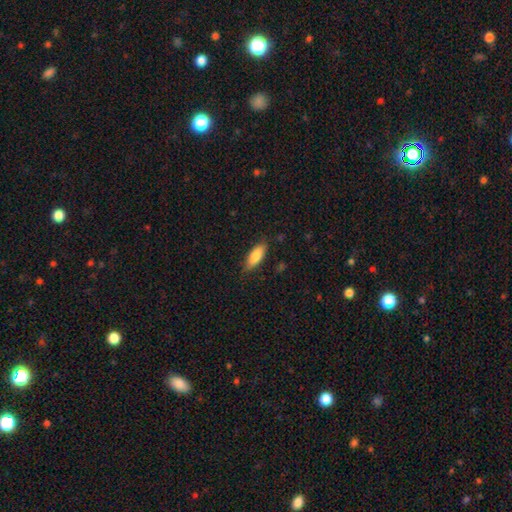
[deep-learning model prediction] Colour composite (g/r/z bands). It shows a smooth galaxy with no disk features (83%) that is in between round and cigar-shaped (69%). Merging: none (80%).